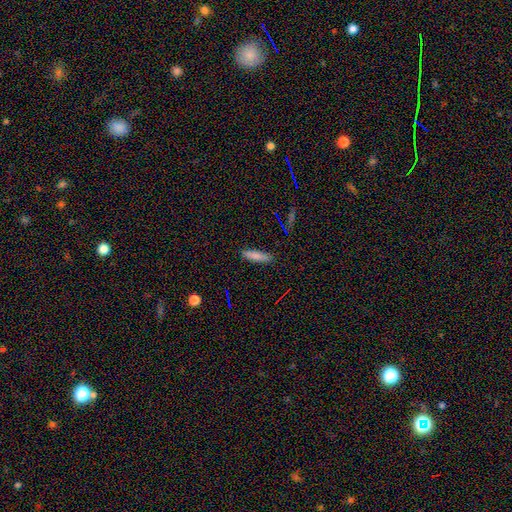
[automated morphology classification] Smooth or featured? smooth (81%)
How rounded? cigar-shaped (72%)
Merging? none (87%)